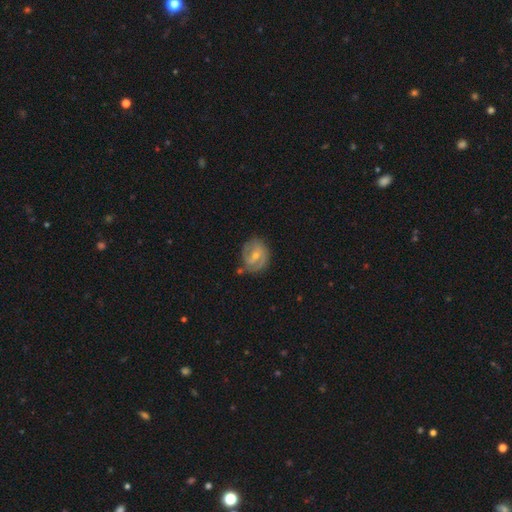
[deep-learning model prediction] Q: Smooth or featured?
A: featured or disk (76%); runner-up: smooth (18%)
Q: Edge-on disk?
A: no (98%); runner-up: yes (2%)
Q: Bar?
A: weak (50%); runner-up: no (40%)
Q: Spiral arms?
A: yes (92%); runner-up: no (8%)
Q: Spiral winding?
A: tight (50%); runner-up: medium (39%)
Q: Spiral arm count?
A: 2 (67%); runner-up: can't tell (13%)
Q: Bulge size?
A: moderate (50%); runner-up: small (46%)
Q: Merging?
A: none (67%); runner-up: minor disturbance (21%)